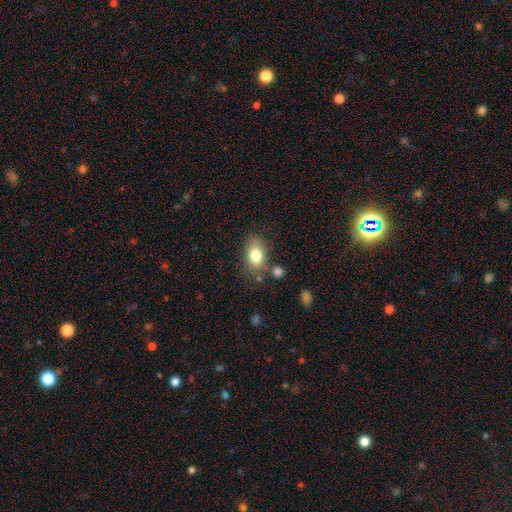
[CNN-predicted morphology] Smooth or featured? Predicted: smooth (p=0.80). How rounded? Predicted: in between (p=0.81). Merging? Predicted: none (p=0.74).